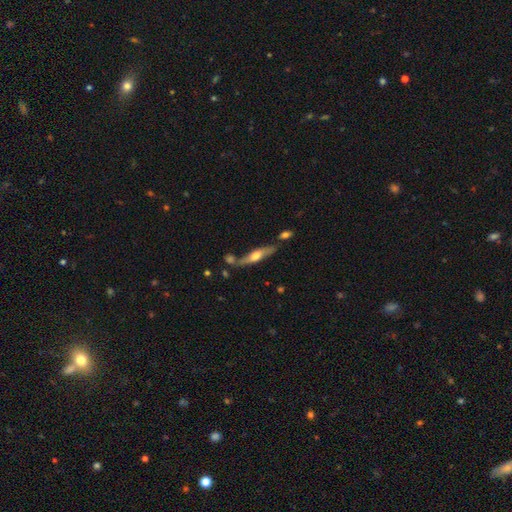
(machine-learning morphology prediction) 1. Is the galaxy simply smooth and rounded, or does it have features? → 55% featured or disk, 39% smooth, 6% star or artifact.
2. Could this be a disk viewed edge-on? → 87% yes, 13% no.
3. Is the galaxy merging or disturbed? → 65% none, 17% minor disturbance, 14% merger, 5% major disturbance.